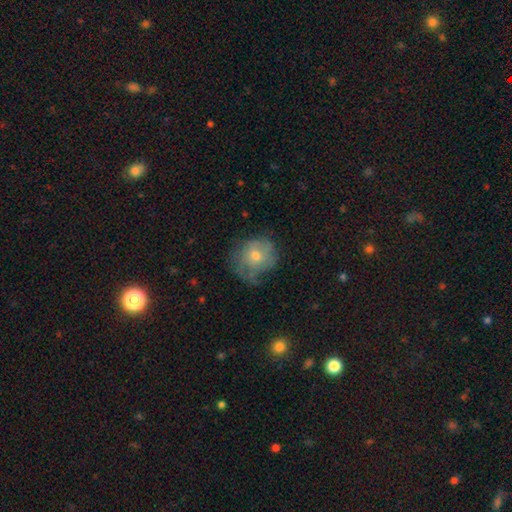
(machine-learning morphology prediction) This is possibly a smooth galaxy (53%). How rounded: likely round (78%). Merging: possibly none (51%).